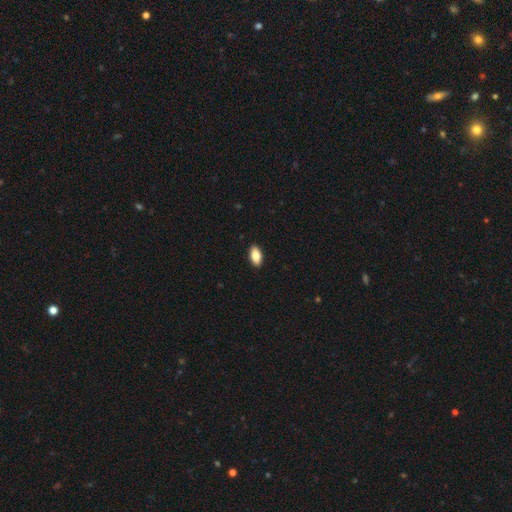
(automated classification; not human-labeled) Smooth or featured? Predicted: smooth (p=0.82). How rounded? Predicted: in between (p=0.90). Merging? Predicted: none (p=0.90).